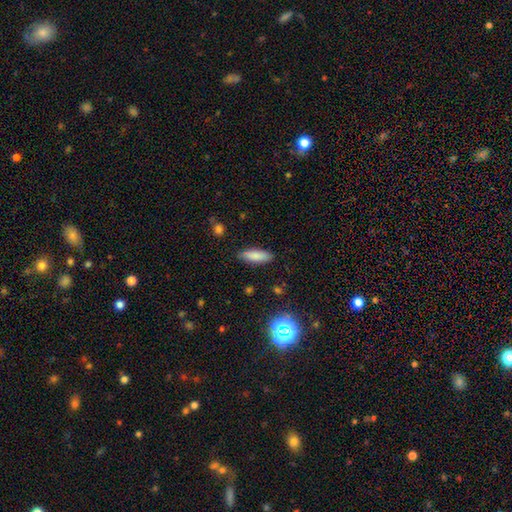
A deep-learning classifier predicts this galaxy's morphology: This is clearly a smooth galaxy (84%). How rounded: possibly in between (57%). Merging: clearly none (86%).